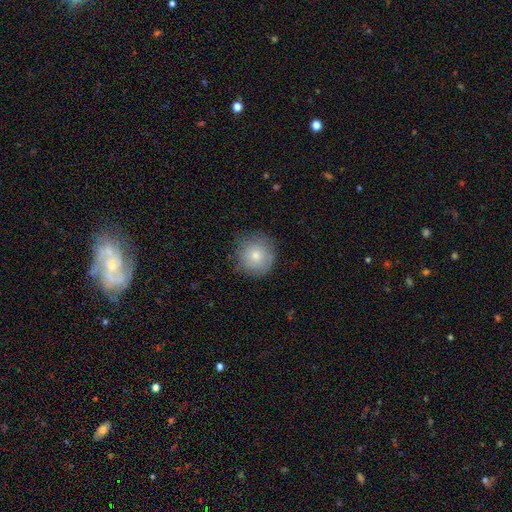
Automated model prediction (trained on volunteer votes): A smooth galaxy with no disk features (77%) that is round (93%). Merging: none (79%).